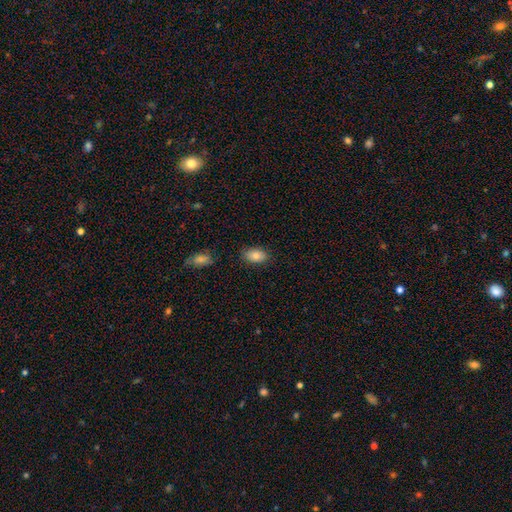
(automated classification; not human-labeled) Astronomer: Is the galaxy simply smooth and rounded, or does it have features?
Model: smooth — 82%.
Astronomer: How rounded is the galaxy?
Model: in between — 90%.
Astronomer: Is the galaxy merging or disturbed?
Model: none — 84%.